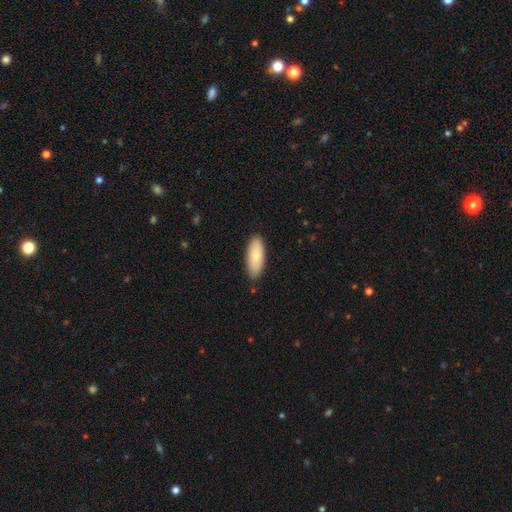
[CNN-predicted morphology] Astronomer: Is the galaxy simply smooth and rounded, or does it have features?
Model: smooth — 79%.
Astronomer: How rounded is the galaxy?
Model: in between — 79%.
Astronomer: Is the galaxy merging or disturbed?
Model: none — 86%.